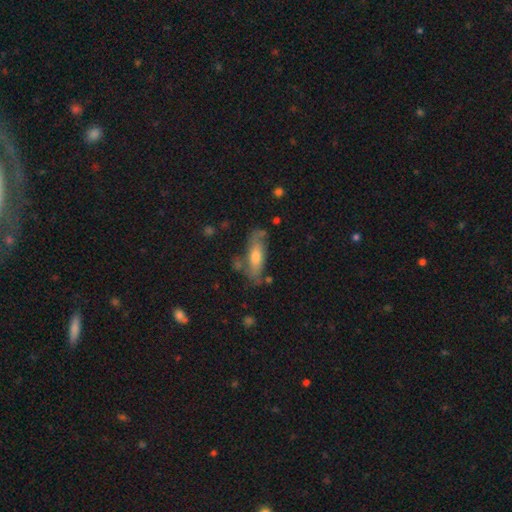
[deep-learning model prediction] featured or disk 49%, smooth 43%, star or artifact 8%. Down the decision tree: merging — none (67%).